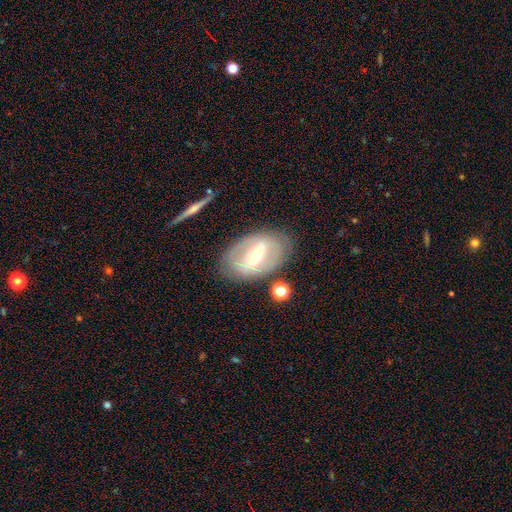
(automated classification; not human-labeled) Q: Smooth or featured?
A: featured or disk (68%); runner-up: smooth (25%)
Q: Edge-on disk?
A: no (91%); runner-up: yes (9%)
Q: Bar?
A: strong (47%); runner-up: weak (35%)
Q: Spiral arms?
A: no (54%); runner-up: yes (46%)
Q: Bulge size?
A: moderate (49%); runner-up: small (47%)
Q: Merging?
A: none (78%); runner-up: minor disturbance (14%)